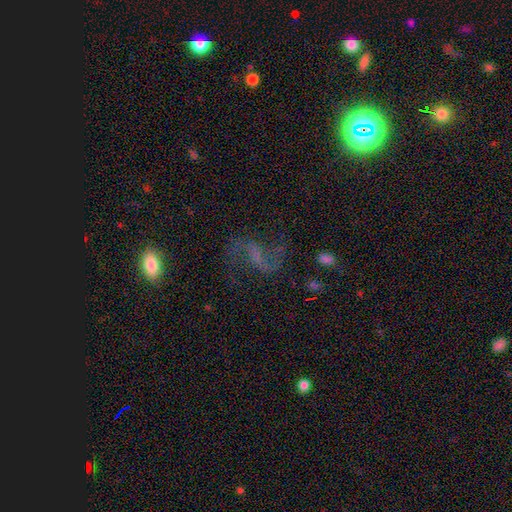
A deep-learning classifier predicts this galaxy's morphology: The model was most divided on "bar": weak: 45%, strong: 28%, no: 27%. More confident: edge-on disk — no (97%); spiral arms — yes (93%); spiral arm count — 2 (92%); smooth or featured — featured or disk (74%); spiral winding — loose (74%); merging — none (68%); bulge size — none (57%).